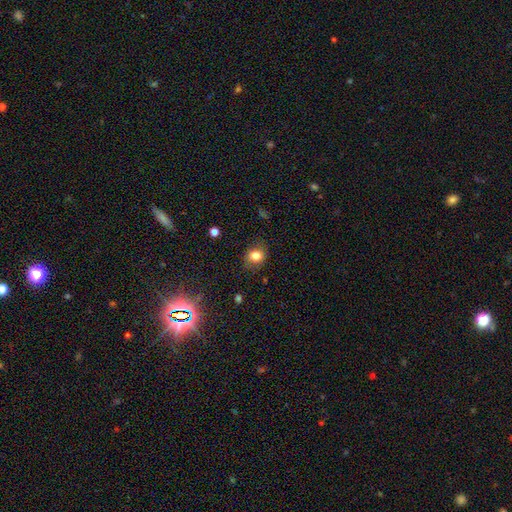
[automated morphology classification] smooth-or-featured: smooth: 80% | star or artifact: 12% | featured or disk: 8%
  how-rounded: round: 63% | in between: 36% | cigar-shaped: 1%
  merging: none: 81% | minor disturbance: 14% | major disturbance: 4% | merger: 1%